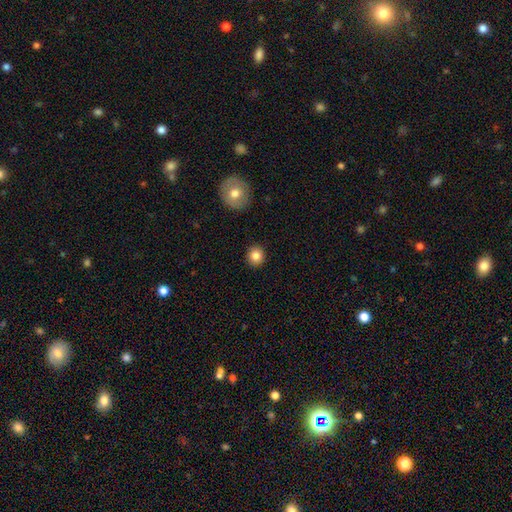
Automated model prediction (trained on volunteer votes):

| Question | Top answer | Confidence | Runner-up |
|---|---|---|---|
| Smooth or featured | smooth | 84% | star or artifact (10%) |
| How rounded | round | 87% | in between (12%) |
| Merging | none | 91% | minor disturbance (6%) |